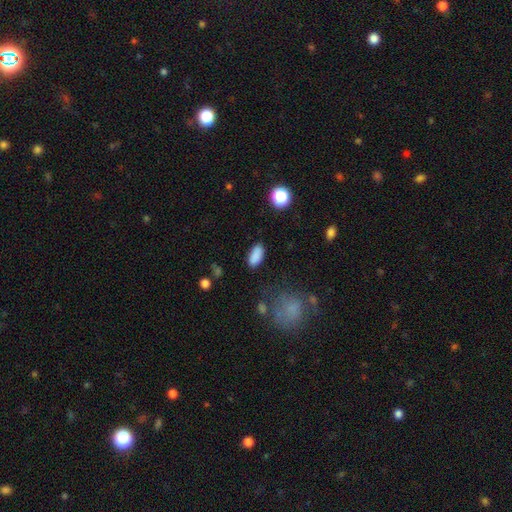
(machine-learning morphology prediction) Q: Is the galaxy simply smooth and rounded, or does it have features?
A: smooth — 88%.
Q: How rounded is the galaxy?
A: in between — 90%.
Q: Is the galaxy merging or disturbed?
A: none — 85%.